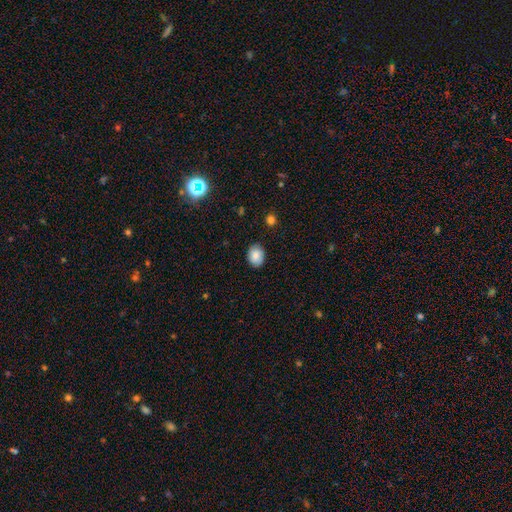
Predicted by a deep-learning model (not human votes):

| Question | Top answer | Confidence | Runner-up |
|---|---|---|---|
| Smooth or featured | smooth | 83% | featured or disk (9%) |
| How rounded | in between | 61% | round (38%) |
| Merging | none | 85% | minor disturbance (11%) |